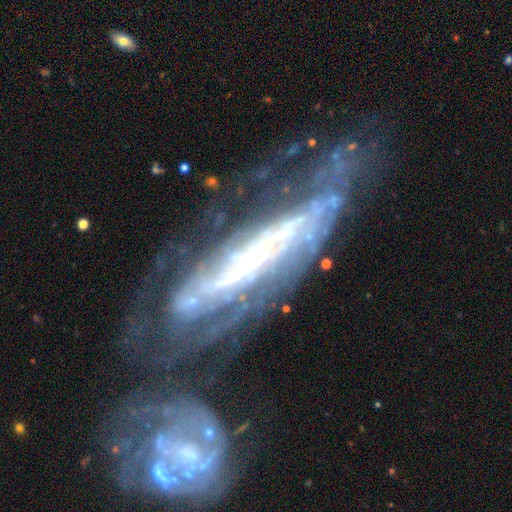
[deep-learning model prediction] smooth_or_featured: featured or disk (p=0.83) [alt: smooth p=0.08]
disk_edge_on: no (p=0.66) [alt: yes p=0.34]
bar: strong (p=0.50) [alt: no p=0.28]
has_spiral_arms: yes (p=0.82) [alt: no p=0.18]
bulge_size: small (p=0.44) [alt: none p=0.24]
merging: none (p=0.46) [alt: major disturbance p=0.24]